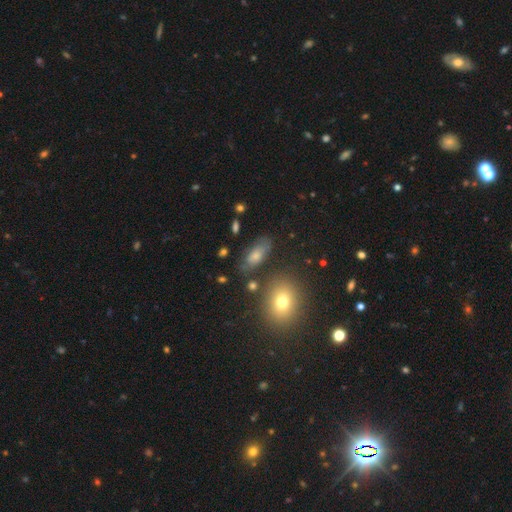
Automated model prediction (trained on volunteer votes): Q: Smooth or featured?
A: smooth (64%); runner-up: featured or disk (25%)
Q: How rounded?
A: in between (85%); runner-up: cigar-shaped (10%)
Q: Merging?
A: none (65%); runner-up: minor disturbance (22%)